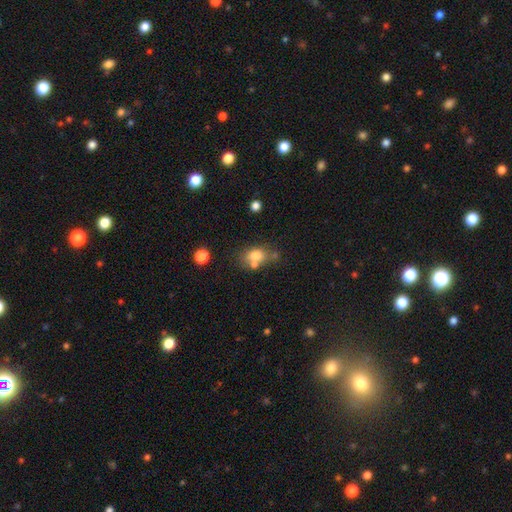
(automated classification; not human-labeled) Q: Smooth or featured?
A: smooth (73%); runner-up: featured or disk (15%)
Q: How rounded?
A: in between (60%); runner-up: round (38%)
Q: Merging?
A: none (48%); runner-up: merger (30%)